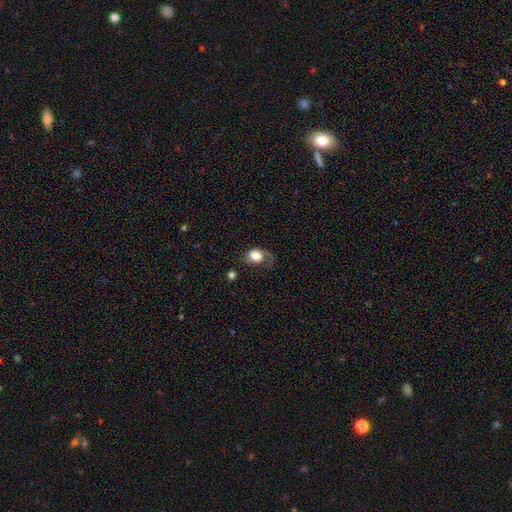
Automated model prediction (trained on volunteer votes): smooth 69%, featured or disk 22%, star or artifact 8%. Down the decision tree: how rounded — in between (54%); merging — none (39%).